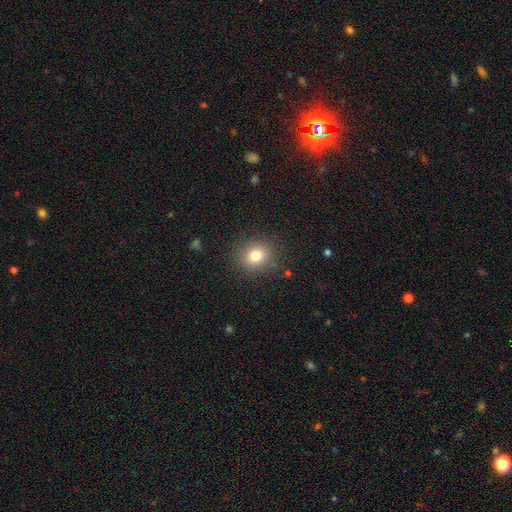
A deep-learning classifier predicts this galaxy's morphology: type=smooth (79%); roundness=round (84%); merging=none (87%).